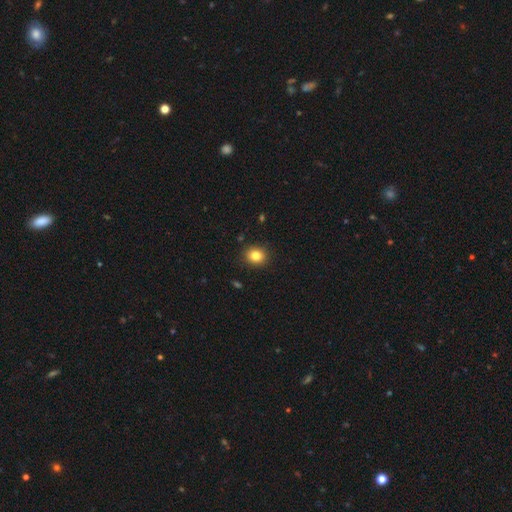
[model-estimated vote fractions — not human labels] Smooth or featured? Predicted: smooth (p=0.83). How rounded? Predicted: round (p=0.69). Merging? Predicted: none (p=0.90).